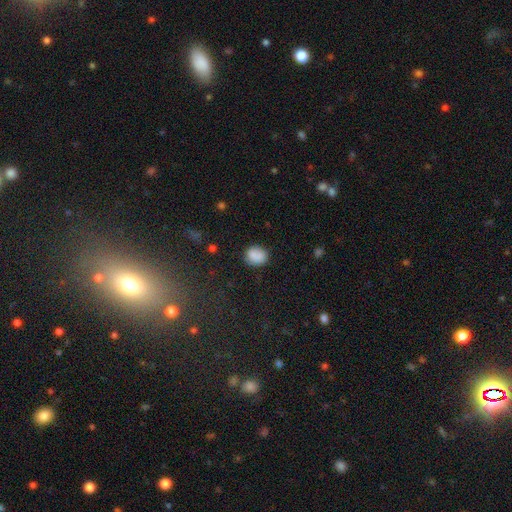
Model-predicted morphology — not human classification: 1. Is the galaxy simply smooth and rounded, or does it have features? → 85% smooth, 9% star or artifact, 6% featured or disk.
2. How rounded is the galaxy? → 57% round, 42% in between, 1% cigar-shaped.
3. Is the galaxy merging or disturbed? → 79% none, 15% minor disturbance, 4% major disturbance, 2% merger.